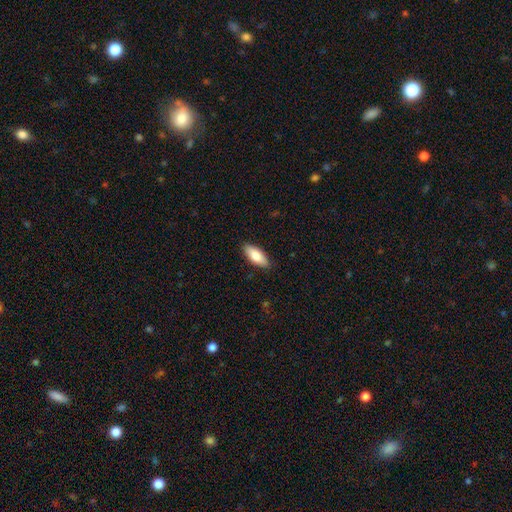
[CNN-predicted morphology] Q: Smooth or featured?
A: smooth (81%); runner-up: featured or disk (13%)
Q: How rounded?
A: in between (79%); runner-up: cigar-shaped (19%)
Q: Merging?
A: none (87%); runner-up: minor disturbance (10%)